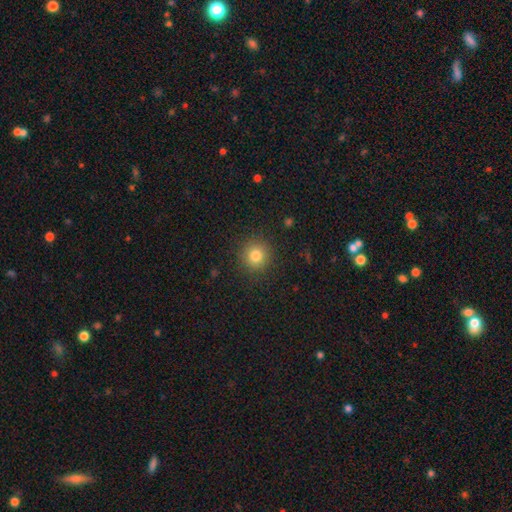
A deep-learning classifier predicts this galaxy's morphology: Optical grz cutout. It shows a smooth galaxy with no disk features (81%) that is round (94%). Merging: none (90%).